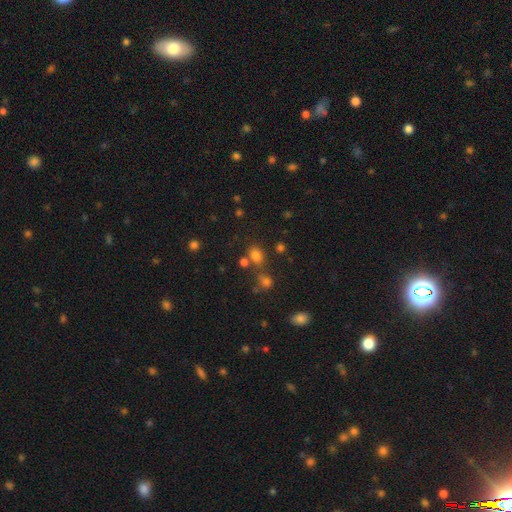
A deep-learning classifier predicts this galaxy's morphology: A smooth galaxy with no disk features (75%) that is round (54%).

Vote fractions:
- Smooth or featured? smooth: 75% / star or artifact: 19% / featured or disk: 7%
- How rounded? round: 54% / in between: 45% / cigar-shaped: 1%
- Merging? none: 64% / merger: 18% / minor disturbance: 12% / major disturbance: 6%